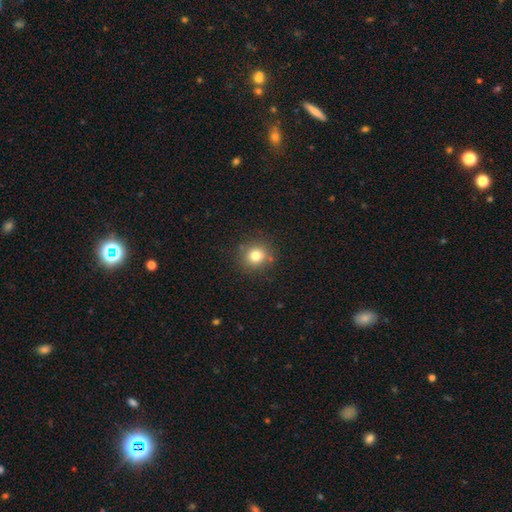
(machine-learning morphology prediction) Overall: smooth (80%). How rounded: round (88%). Merging: none (85%).